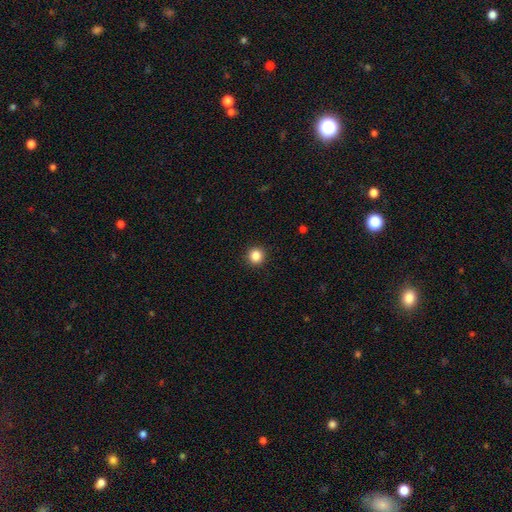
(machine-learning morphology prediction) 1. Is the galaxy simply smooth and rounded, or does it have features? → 85% smooth, 11% star or artifact, 4% featured or disk.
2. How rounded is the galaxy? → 93% round, 6% in between, 1% cigar-shaped.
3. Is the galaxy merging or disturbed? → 92% none, 5% minor disturbance, 2% major disturbance, 1% merger.